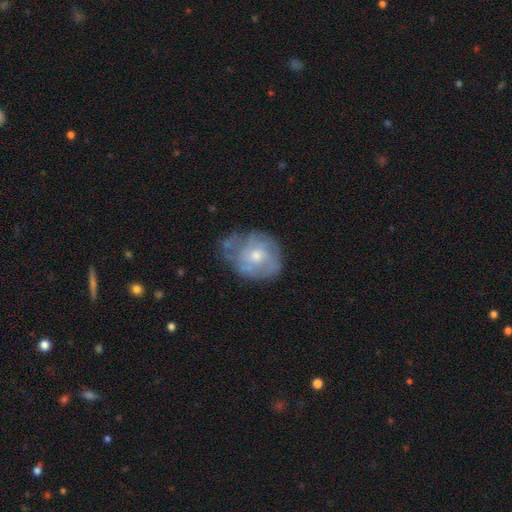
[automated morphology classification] Smooth or featured? featured or disk (60%)
Edge-on disk? no (97%)
Bar? no (79%)
Spiral arms? yes (61%)
Bulge size? moderate (57%)
Merging? none (57%)